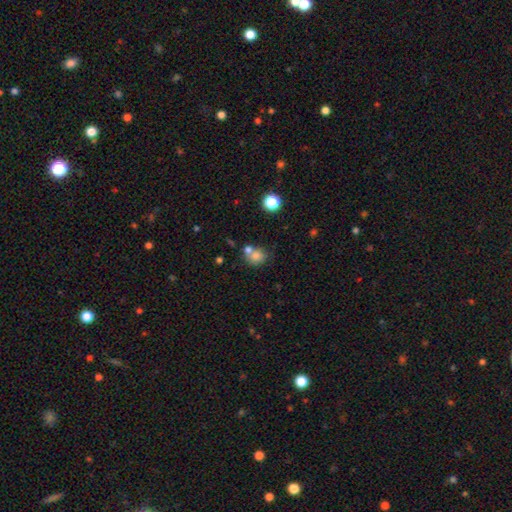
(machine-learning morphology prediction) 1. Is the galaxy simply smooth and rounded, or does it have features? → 76% smooth, 13% star or artifact, 11% featured or disk.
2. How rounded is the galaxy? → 73% round, 26% in between, 1% cigar-shaped.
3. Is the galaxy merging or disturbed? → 48% none, 36% merger, 11% minor disturbance, 5% major disturbance.